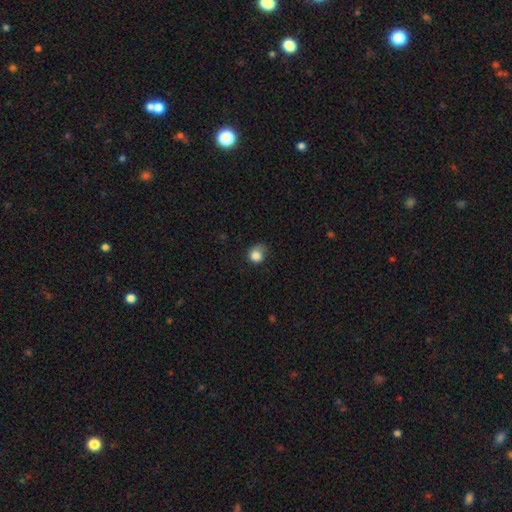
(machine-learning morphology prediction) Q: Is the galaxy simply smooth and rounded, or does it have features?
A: smooth — 84%.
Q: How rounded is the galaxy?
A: round — 76%.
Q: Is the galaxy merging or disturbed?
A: none — 51%.